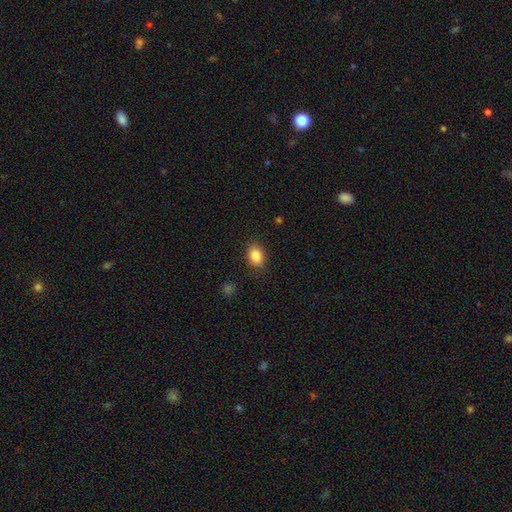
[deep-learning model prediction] Morphology: type=smooth (86%); roundness=in between (76%); merging=none (86%).